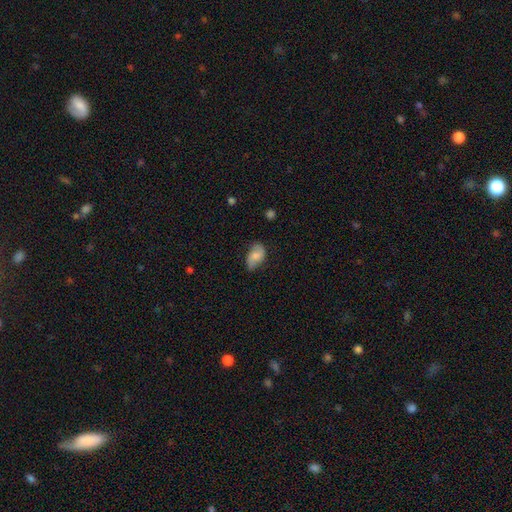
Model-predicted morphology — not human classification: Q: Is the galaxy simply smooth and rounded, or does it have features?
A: smooth — 58%.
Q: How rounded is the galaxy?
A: in between — 90%.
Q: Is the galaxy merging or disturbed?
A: none — 63%.